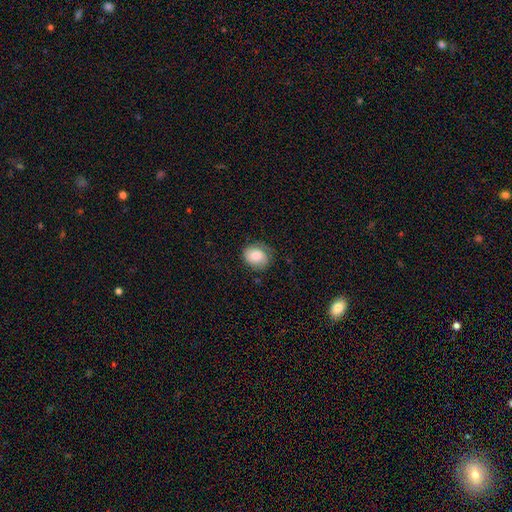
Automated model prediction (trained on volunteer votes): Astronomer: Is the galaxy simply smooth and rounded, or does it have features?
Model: smooth — 73%.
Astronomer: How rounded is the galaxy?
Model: round — 56% (runner-up: in between, 43%).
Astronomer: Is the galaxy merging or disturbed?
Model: none — 63%.